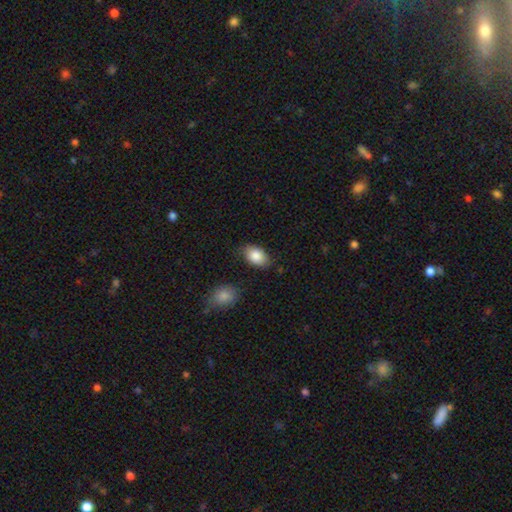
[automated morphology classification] A smooth galaxy with no disk features (86%) that is in between round and cigar-shaped (91%). Merging: none (81%).